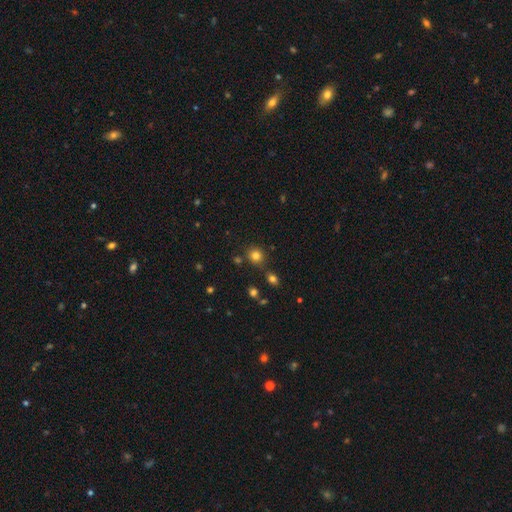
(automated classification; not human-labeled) smooth 79%, star or artifact 15%, featured or disk 6%. Down the decision tree: how rounded — round (86%); merging — none (79%).